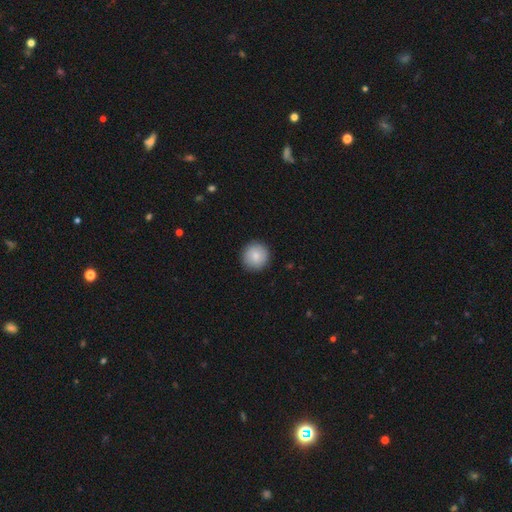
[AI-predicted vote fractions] Smooth or featured?
  - smooth: 85% *
  - featured or disk: 8%
  - star or artifact: 7%
How rounded?
  - round: 95% *
  - in between: 4%
  - cigar-shaped: 1%
Merging?
  - none: 92% *
  - minor disturbance: 6%
  - major disturbance: 2%
  - merger: 1%